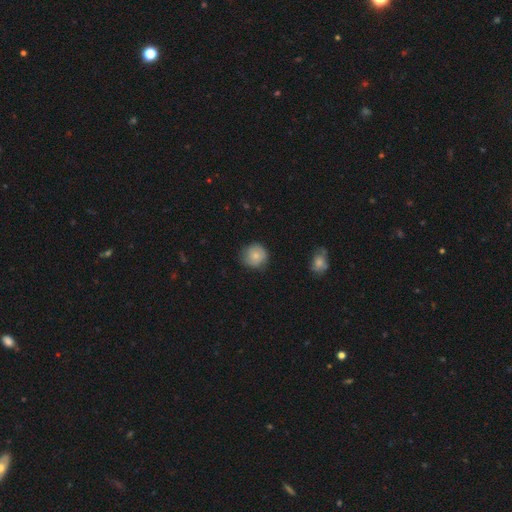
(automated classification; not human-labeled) This is likely a smooth galaxy (75%). How rounded: clearly round (92%). Merging: likely none (77%).